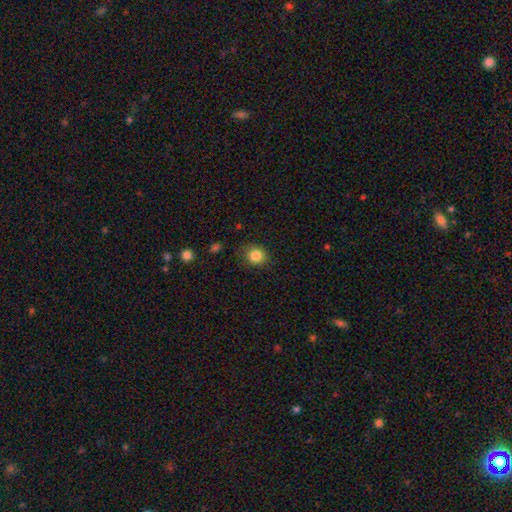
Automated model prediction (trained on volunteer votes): Q: Smooth or featured?
A: smooth (85%); runner-up: star or artifact (10%)
Q: How rounded?
A: round (77%); runner-up: in between (22%)
Q: Merging?
A: none (83%); runner-up: minor disturbance (12%)